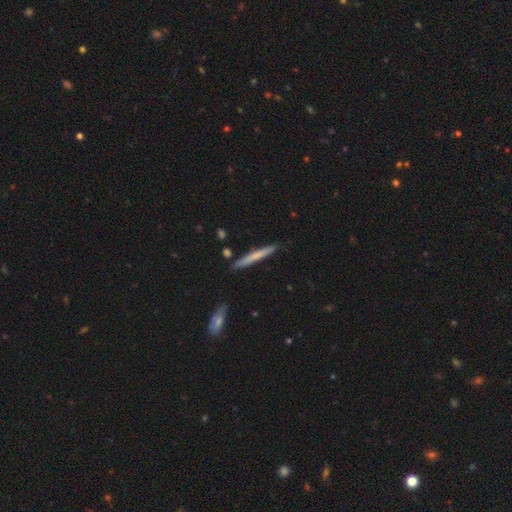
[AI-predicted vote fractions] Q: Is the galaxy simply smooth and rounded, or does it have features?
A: smooth — 60%.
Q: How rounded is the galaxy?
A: cigar-shaped — 96%.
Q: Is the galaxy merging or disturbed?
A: none — 87%.